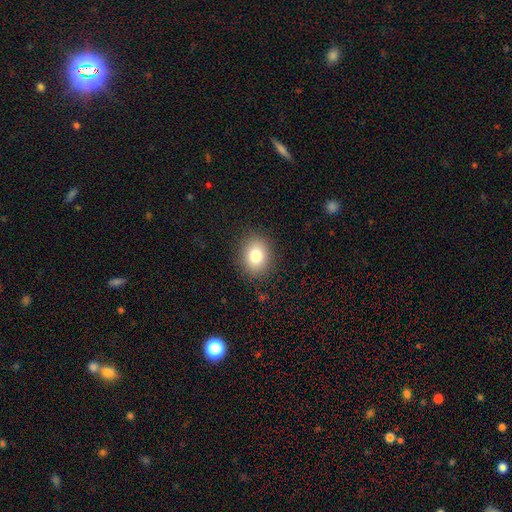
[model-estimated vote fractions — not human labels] Smooth or featured? Predicted: smooth (p=0.79). How rounded? Predicted: round (p=0.59). Merging? Predicted: none (p=0.88).